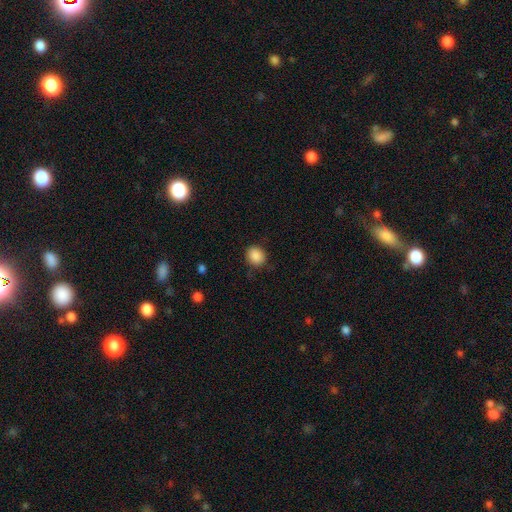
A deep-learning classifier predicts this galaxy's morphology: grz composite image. It shows a smooth galaxy with no disk features (88%) that is round (68%). Merging: none (82%).